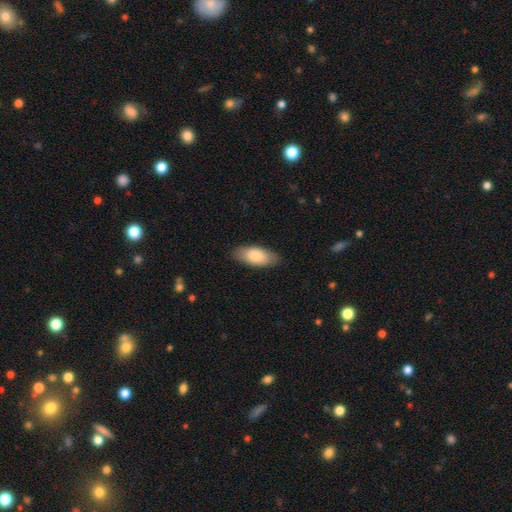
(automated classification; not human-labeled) Q: Smooth or featured?
A: smooth (84%); runner-up: featured or disk (10%)
Q: How rounded?
A: in between (88%); runner-up: cigar-shaped (9%)
Q: Merging?
A: none (85%); runner-up: minor disturbance (12%)